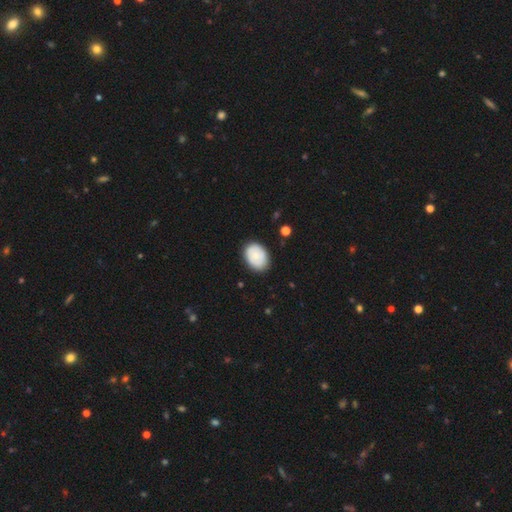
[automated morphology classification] smooth_or_featured: smooth (p=0.65) [alt: featured or disk p=0.28]
how_rounded: in between (p=0.74) [alt: round p=0.25]
merging: none (p=0.82) [alt: minor disturbance p=0.14]